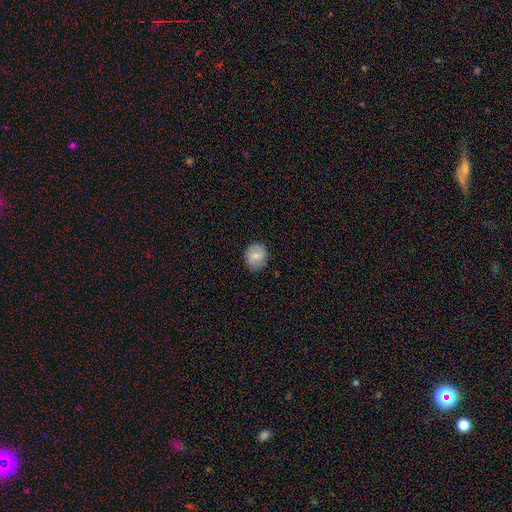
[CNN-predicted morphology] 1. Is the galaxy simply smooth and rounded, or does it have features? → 72% smooth, 21% featured or disk, 7% star or artifact.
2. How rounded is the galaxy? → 81% round, 18% in between, 1% cigar-shaped.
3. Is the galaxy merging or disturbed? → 85% none, 12% minor disturbance, 3% major disturbance, 1% merger.